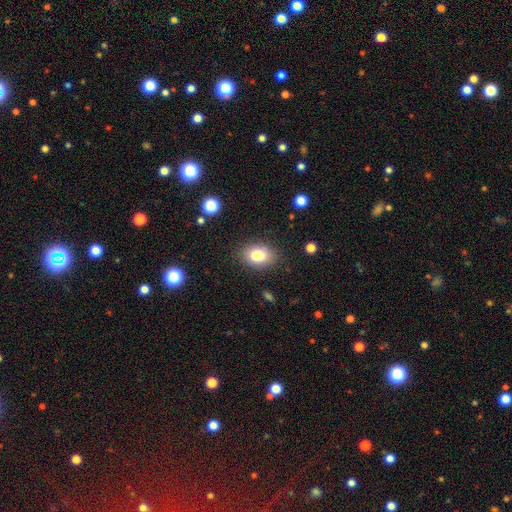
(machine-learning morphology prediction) Q: Smooth or featured?
A: smooth (80%); runner-up: star or artifact (10%)
Q: How rounded?
A: in between (73%); runner-up: round (26%)
Q: Merging?
A: none (85%); runner-up: minor disturbance (11%)